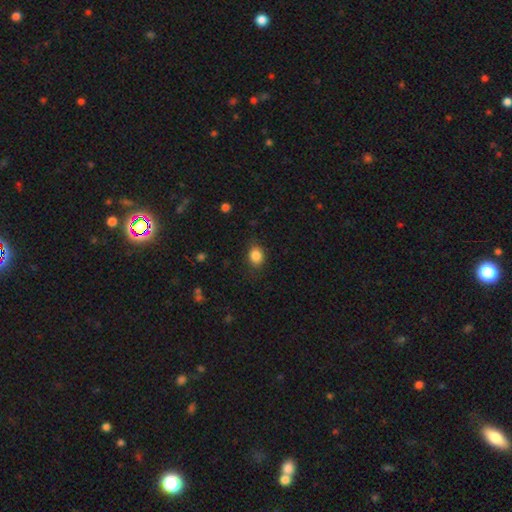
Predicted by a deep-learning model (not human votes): Smooth or featured?
  - smooth: 86% *
  - star or artifact: 9%
  - featured or disk: 5%
How rounded?
  - round: 51% *
  - in between: 48%
  - cigar-shaped: 1%
Merging?
  - none: 81% *
  - minor disturbance: 14%
  - major disturbance: 4%
  - merger: 1%